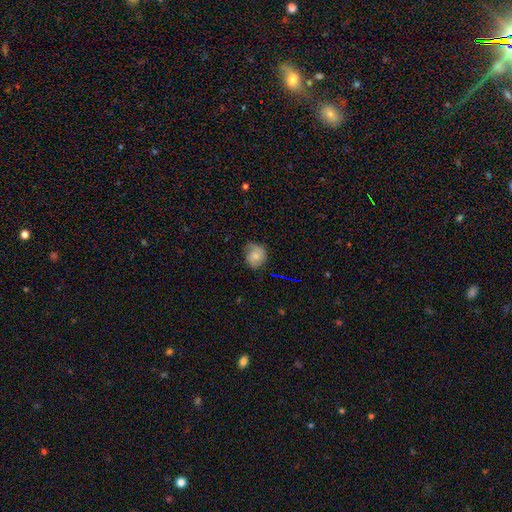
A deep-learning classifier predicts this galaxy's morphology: A smooth galaxy with no disk features (57%) that is round (73%). Merging: none (58%).